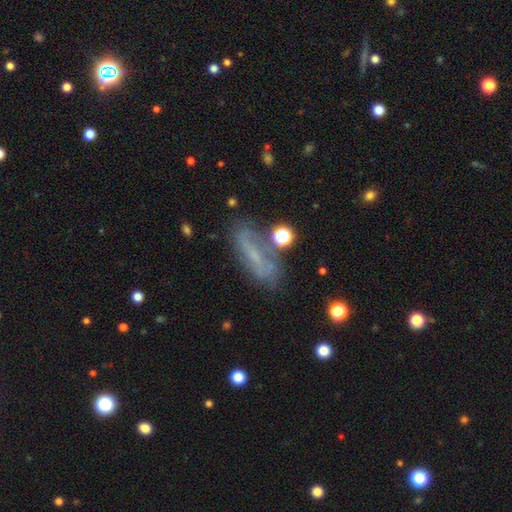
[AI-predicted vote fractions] Overall: smooth (46%; featured or disk 39%). Merging: none (59%; minor disturbance 22%).